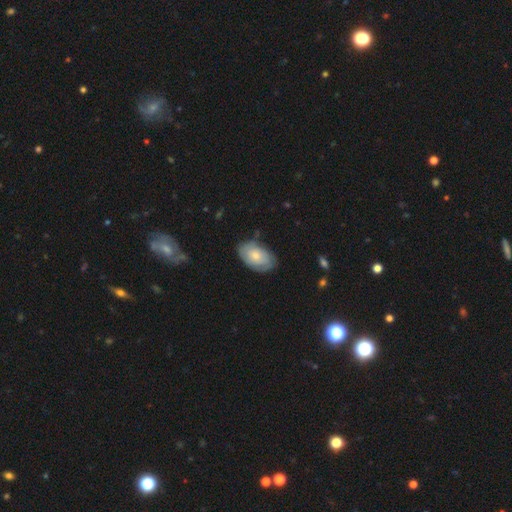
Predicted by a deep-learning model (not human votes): Smooth or featured: smooth — 52% (featured or disk — 42%)
How rounded: in between — 91% (round — 8%)
Merging: none — 72% (minor disturbance — 21%)